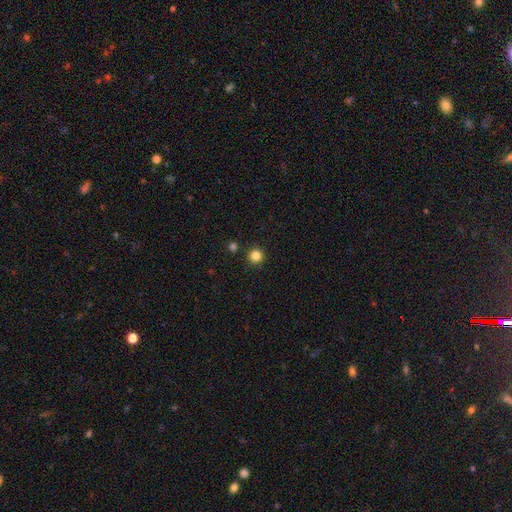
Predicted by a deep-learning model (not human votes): Smooth or featured? Predicted: smooth (p=0.83). How rounded? Predicted: round (p=0.95). Merging? Predicted: none (p=0.91).